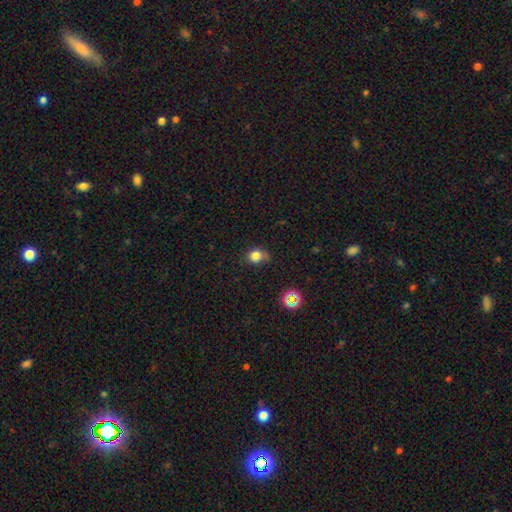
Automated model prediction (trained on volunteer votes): Morphology: type=smooth (79%); roundness=round (67%); merging=none (65%).